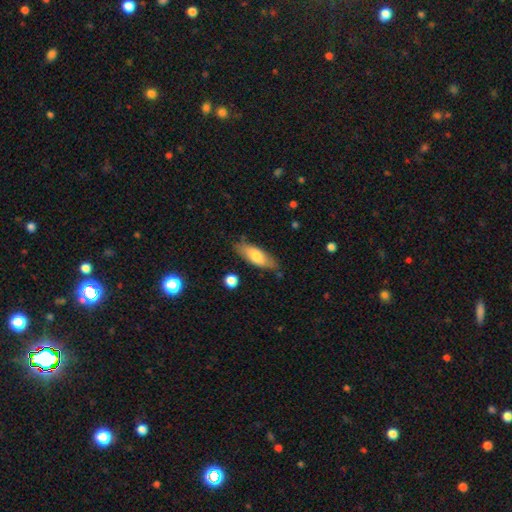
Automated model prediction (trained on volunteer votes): Smooth or featured: smooth — 72% (featured or disk — 22%)
How rounded: in between — 66% (cigar-shaped — 32%)
Merging: none — 77% (minor disturbance — 17%)